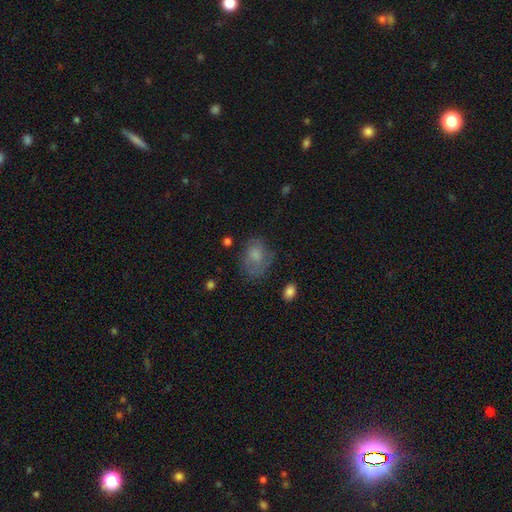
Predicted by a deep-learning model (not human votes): Smooth or featured? Predicted: smooth (p=0.71). How rounded? Predicted: in between (p=0.68). Merging? Predicted: none (p=0.54).